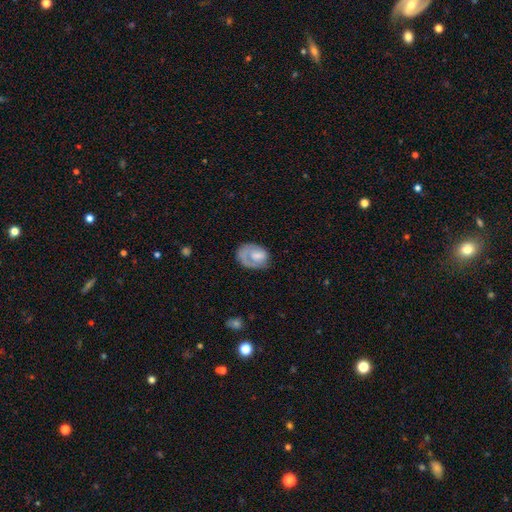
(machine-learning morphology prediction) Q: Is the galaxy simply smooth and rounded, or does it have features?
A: smooth — 50%.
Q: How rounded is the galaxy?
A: in between — 70%.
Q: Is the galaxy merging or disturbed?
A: none — 51%.